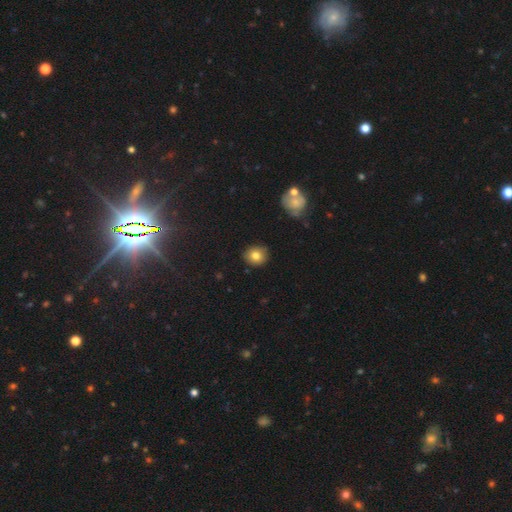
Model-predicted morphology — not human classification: type=smooth (79%); roundness=round (83%); merging=none (84%).